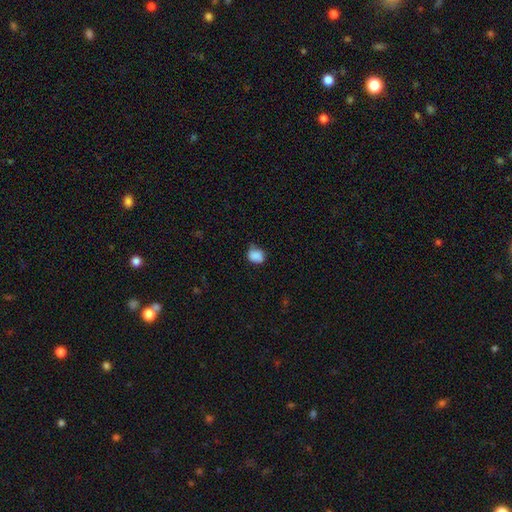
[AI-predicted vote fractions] Smooth or featured?
  - smooth: 87% *
  - star or artifact: 9%
  - featured or disk: 5%
How rounded?
  - round: 61% *
  - in between: 38%
  - cigar-shaped: 1%
Merging?
  - none: 62% *
  - minor disturbance: 30%
  - major disturbance: 6%
  - merger: 2%